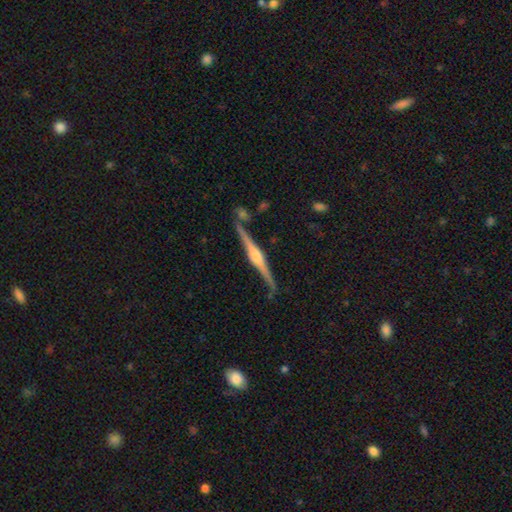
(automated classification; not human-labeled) A featured or disk galaxy (86%) viewed edge-on (98%) with a rounded central bulge (88%). Merging: none (83%).